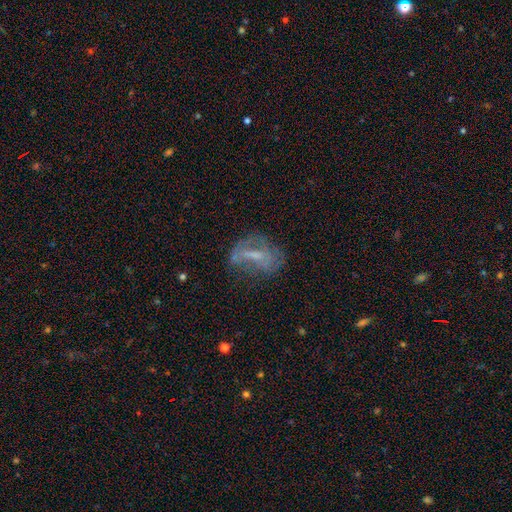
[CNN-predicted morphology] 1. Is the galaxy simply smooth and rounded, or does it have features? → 55% featured or disk, 32% smooth, 12% star or artifact.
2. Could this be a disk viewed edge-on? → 93% no, 7% yes.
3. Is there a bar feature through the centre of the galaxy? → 40% weak, 39% no, 21% strong.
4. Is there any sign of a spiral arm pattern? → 58% no, 42% yes.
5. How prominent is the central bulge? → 35% none, 34% small, 26% moderate, 4% large, 1% dominant.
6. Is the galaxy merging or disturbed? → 40% none, 31% major disturbance, 24% minor disturbance, 5% merger.